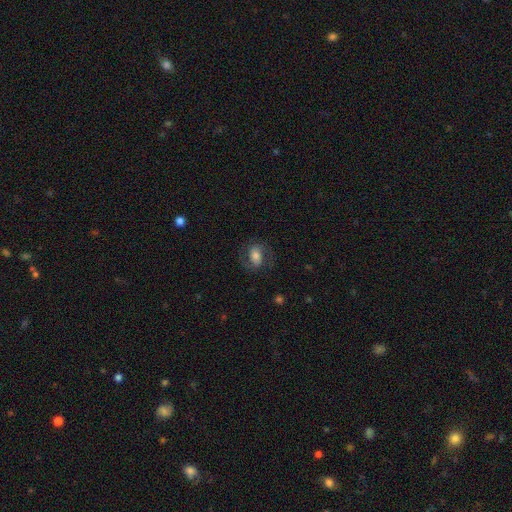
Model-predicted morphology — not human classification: smooth_or_featured: featured or disk (p=0.48) [alt: smooth p=0.43]
merging: none (p=0.71) [alt: minor disturbance p=0.16]